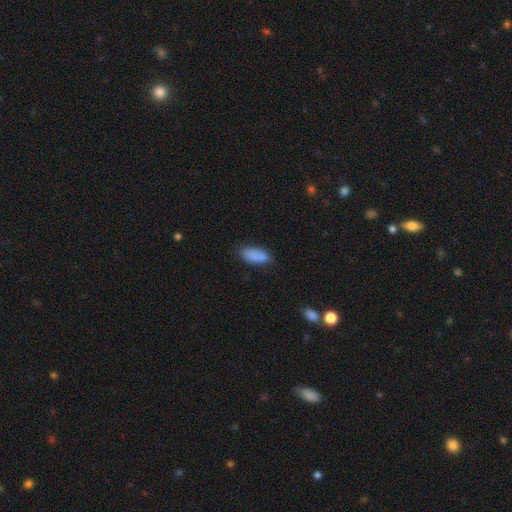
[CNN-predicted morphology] Smooth or featured? smooth (86%)
How rounded? in between (86%)
Merging? none (70%)